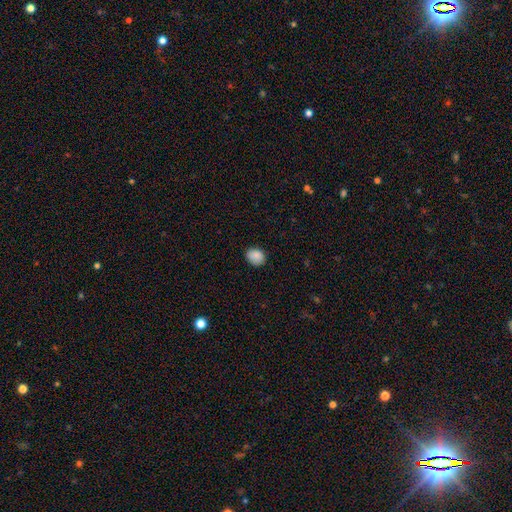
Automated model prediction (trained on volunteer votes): Smooth or featured: smooth — 87% (star or artifact — 8%)
How rounded: round — 56% (in between — 43%)
Merging: none — 84% (minor disturbance — 13%)